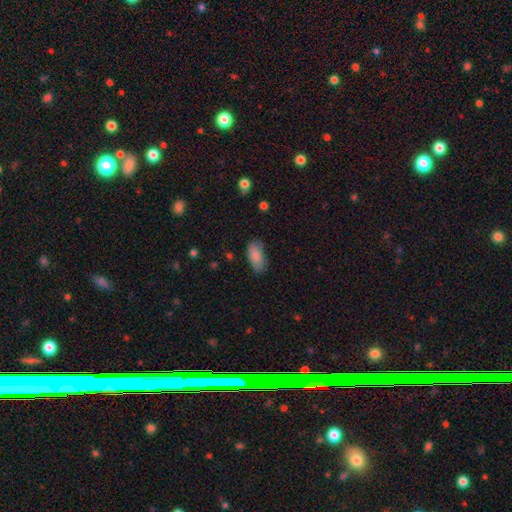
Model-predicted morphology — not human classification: The model was most divided on "merging": none: 74%, minor disturbance: 21%, major disturbance: 4%, merger: 1%. More confident: how rounded — in between (92%); smooth or featured — smooth (85%).